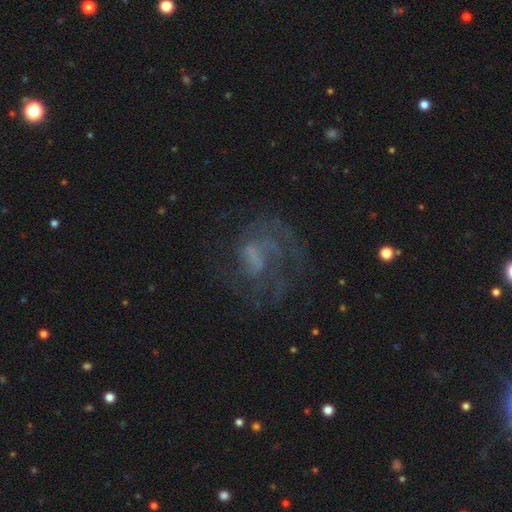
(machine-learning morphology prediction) Overall: featured or disk (68%). Edge-on disk: no (97%). Bar: no (53%; weak 37%). Spiral arms: yes (74%). Bulge size: none (48%; small 28%). Merging: none (49%; major disturbance 32%).